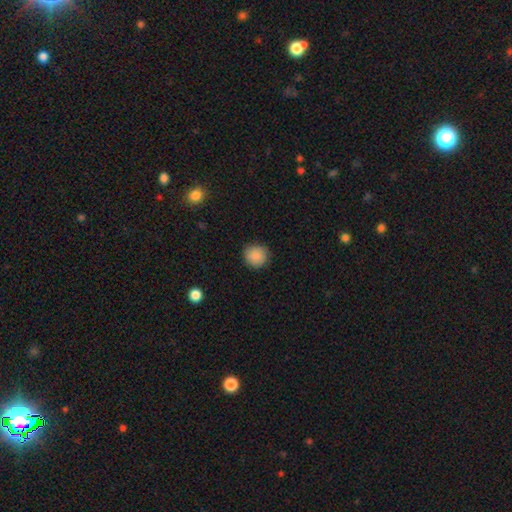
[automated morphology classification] Smooth or featured? Predicted: smooth (p=0.88). How rounded? Predicted: round (p=0.91). Merging? Predicted: none (p=0.88).